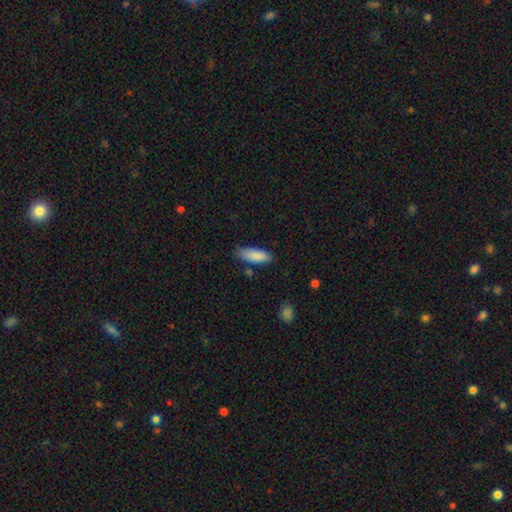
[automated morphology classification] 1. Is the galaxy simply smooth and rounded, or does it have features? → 88% smooth, 6% star or artifact, 6% featured or disk.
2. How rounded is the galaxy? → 65% in between, 33% cigar-shaped, 2% round.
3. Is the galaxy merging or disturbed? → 77% none, 17% minor disturbance, 3% major disturbance, 3% merger.